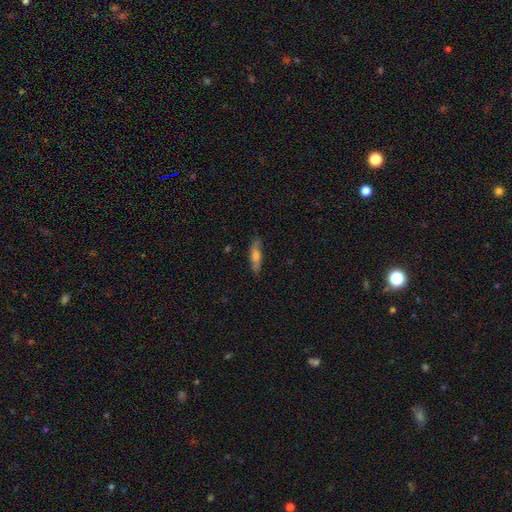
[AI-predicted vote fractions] The model was most divided on "how rounded": cigar-shaped: 59%, in between: 38%, round: 2%. More confident: merging — none (81%); smooth or featured — smooth (61%).